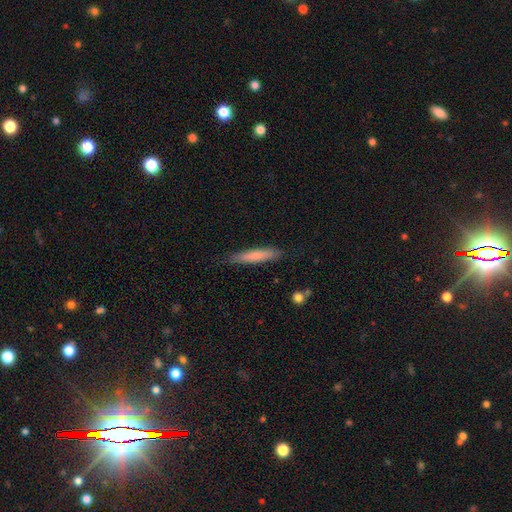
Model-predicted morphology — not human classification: type=smooth (73%); roundness=cigar-shaped (91%); merging=none (83%).